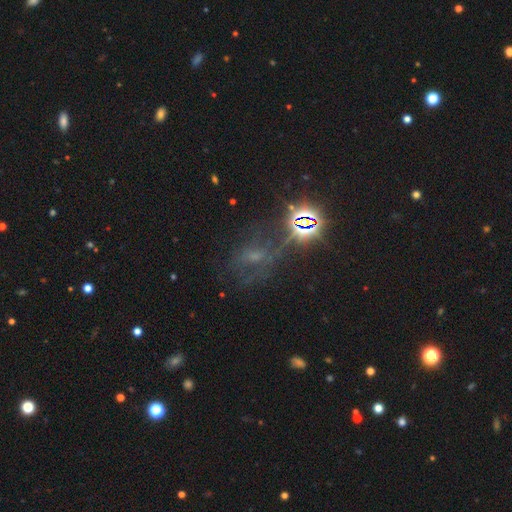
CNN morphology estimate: The model was most divided on "smooth or featured": star or artifact: 47%, featured or disk: 29%, smooth: 23%.